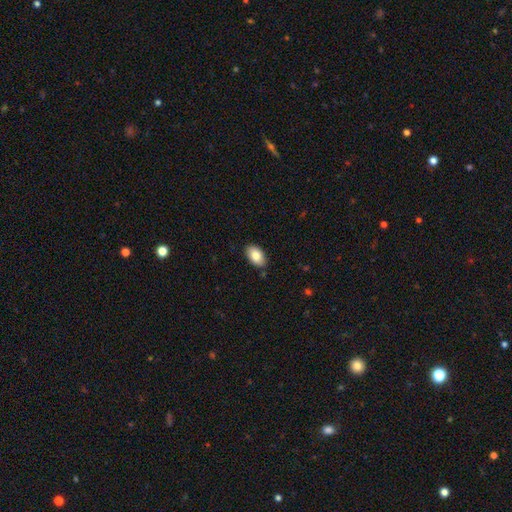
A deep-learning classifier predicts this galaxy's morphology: Q: Smooth or featured?
A: smooth (82%); runner-up: featured or disk (11%)
Q: How rounded?
A: in between (92%); runner-up: round (6%)
Q: Merging?
A: none (87%); runner-up: minor disturbance (9%)